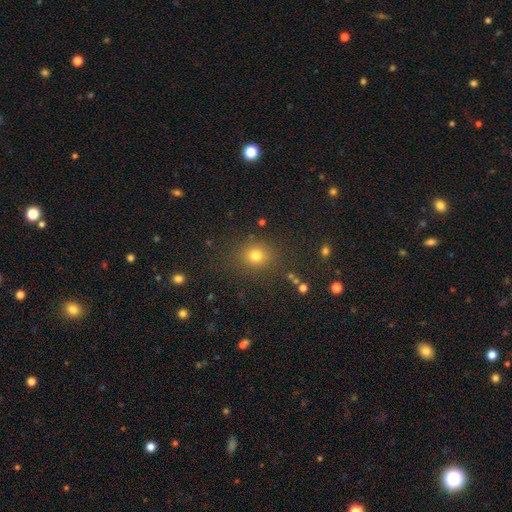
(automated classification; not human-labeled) A smooth galaxy with no disk features (74%) that is round (75%).

Vote fractions:
- Smooth or featured? smooth: 74% / star or artifact: 19% / featured or disk: 8%
- How rounded? round: 75% / in between: 24% / cigar-shaped: 1%
- Merging? none: 84% / minor disturbance: 10% / major disturbance: 4% / merger: 3%